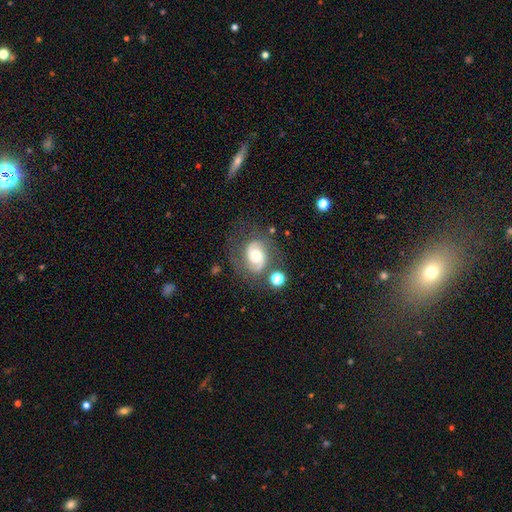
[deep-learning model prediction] Smooth or featured? Predicted: featured or disk (p=0.77). Edge-on disk? Predicted: no (p=0.97). Bar? Predicted: no (p=0.61). Spiral arms? Predicted: yes (p=0.93). Spiral winding? Predicted: medium (p=0.47). Spiral arm count? Predicted: 2 (p=0.80). Bulge size? Predicted: moderate (p=0.58). Merging? Predicted: none (p=0.60).